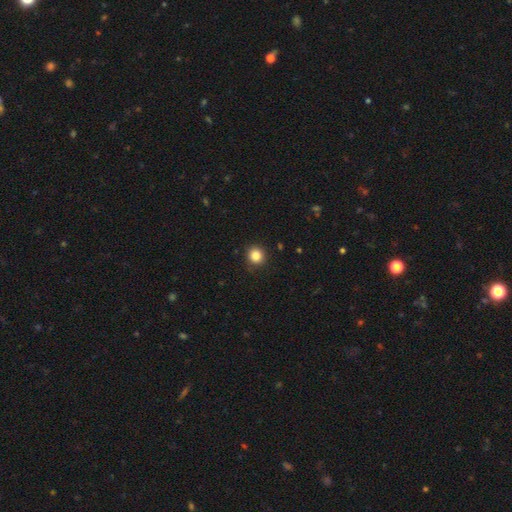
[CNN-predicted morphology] Smooth or featured: smooth — 85% (star or artifact — 11%)
How rounded: round — 91% (in between — 8%)
Merging: none — 89% (minor disturbance — 8%)